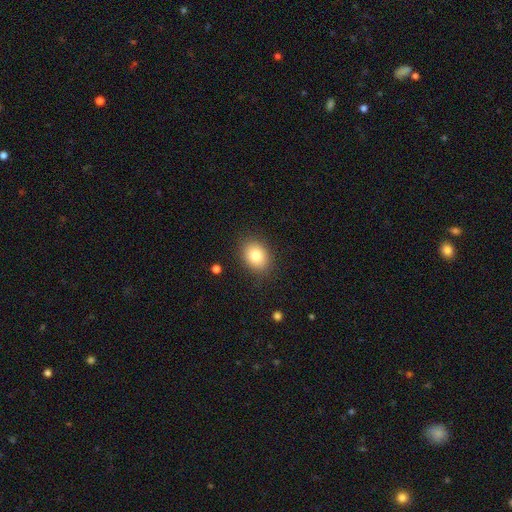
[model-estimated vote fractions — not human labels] smooth-or-featured: smooth: 82% | star or artifact: 9% | featured or disk: 9%
  how-rounded: in between: 59% | round: 40% | cigar-shaped: 1%
  merging: none: 86% | minor disturbance: 10% | major disturbance: 3% | merger: 1%